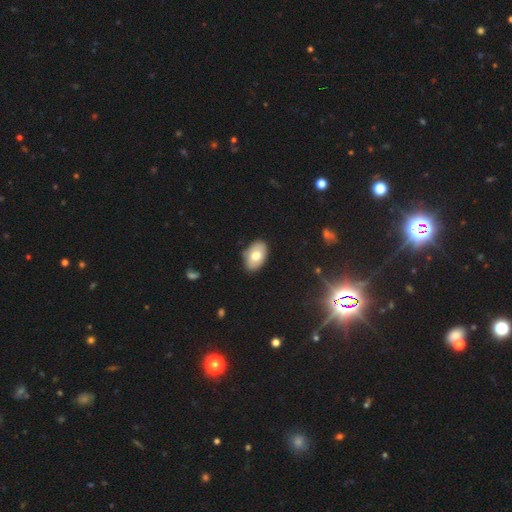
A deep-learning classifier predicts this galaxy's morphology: smooth 71%, featured or disk 22%, star or artifact 7%. Down the decision tree: how rounded — in between (91%); merging — none (83%).